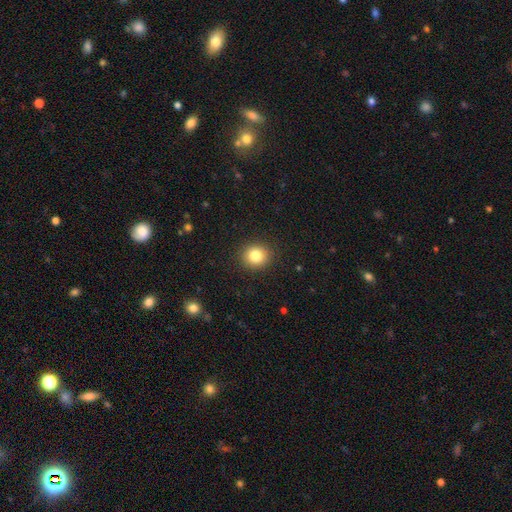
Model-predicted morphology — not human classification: smooth-or-featured: smooth: 82% | star or artifact: 11% | featured or disk: 7%
  how-rounded: round: 82% | in between: 17% | cigar-shaped: 1%
  merging: none: 91% | minor disturbance: 6% | major disturbance: 2% | merger: 1%